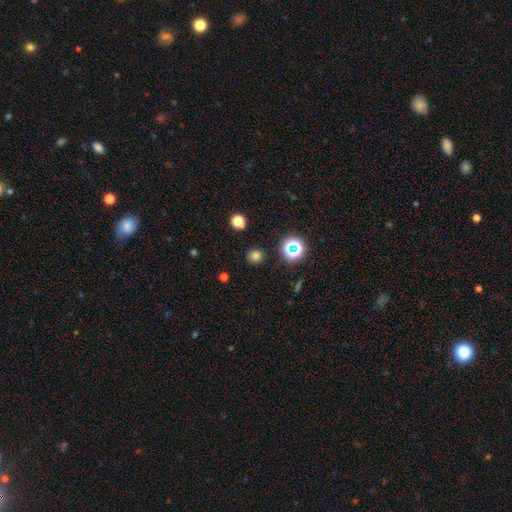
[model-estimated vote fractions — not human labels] Smooth or featured?
  - smooth: 74% *
  - star or artifact: 21%
  - featured or disk: 5%
How rounded?
  - round: 90% *
  - in between: 9%
  - cigar-shaped: 1%
Merging?
  - none: 88% *
  - minor disturbance: 7%
  - major disturbance: 3%
  - merger: 2%